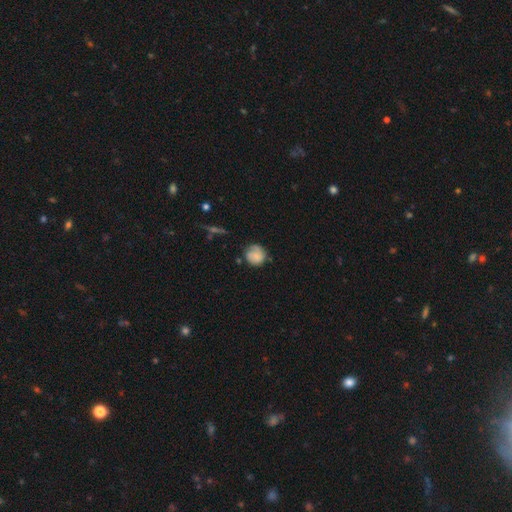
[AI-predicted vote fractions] Morphology: type=smooth (67%); roundness=round (86%); merging=none (61%).